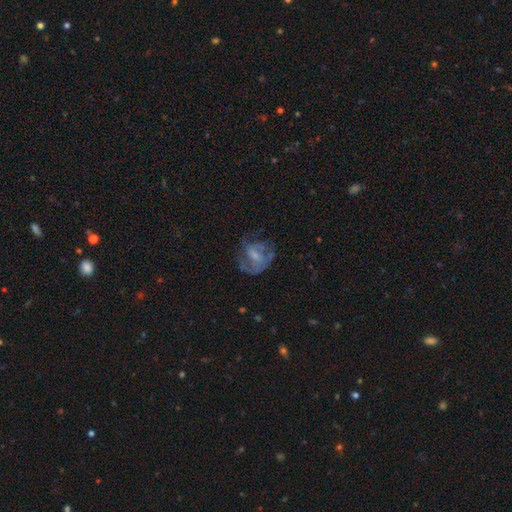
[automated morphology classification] This appears to be a featured or disk galaxy (66%) with no bar (49%), spiral arms (71%) and a small central bulge (45%). Merging: none (47%).